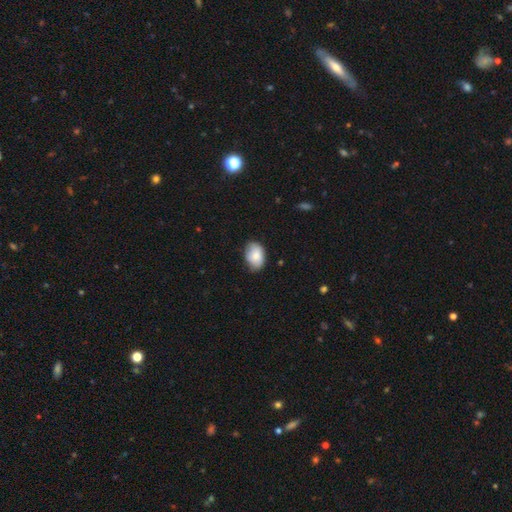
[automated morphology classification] A smooth galaxy with no disk features (84%) that is in between round and cigar-shaped (85%).

Vote fractions:
- Smooth or featured? smooth: 84% / featured or disk: 10% / star or artifact: 7%
- How rounded? in between: 85% / round: 13% / cigar-shaped: 1%
- Merging? none: 72% / minor disturbance: 23% / major disturbance: 3% / merger: 1%